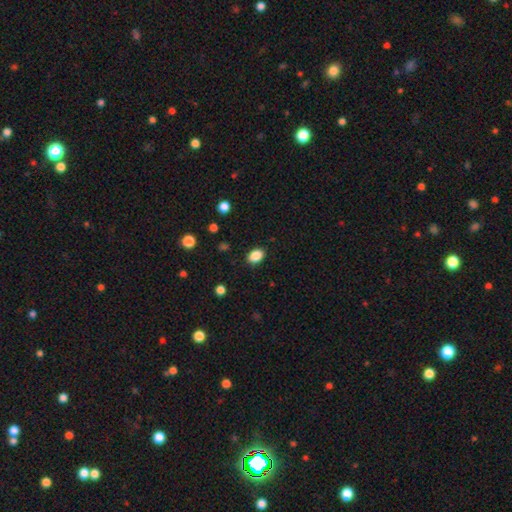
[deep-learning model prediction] This is clearly a smooth galaxy (88%). How rounded: likely in between (78%). Merging: clearly none (88%).